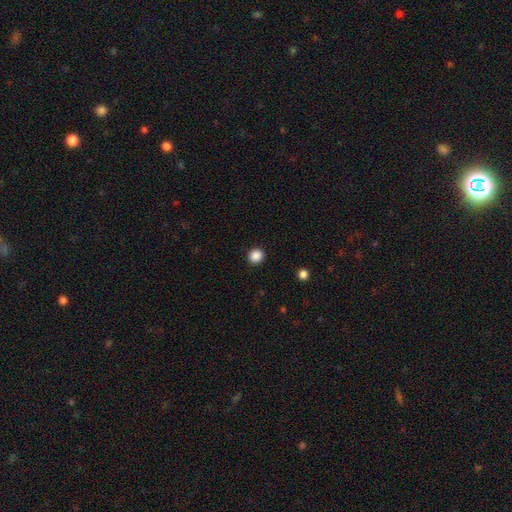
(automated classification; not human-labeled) This is clearly a smooth galaxy (88%). How rounded: clearly round (89%). Merging: clearly none (92%).